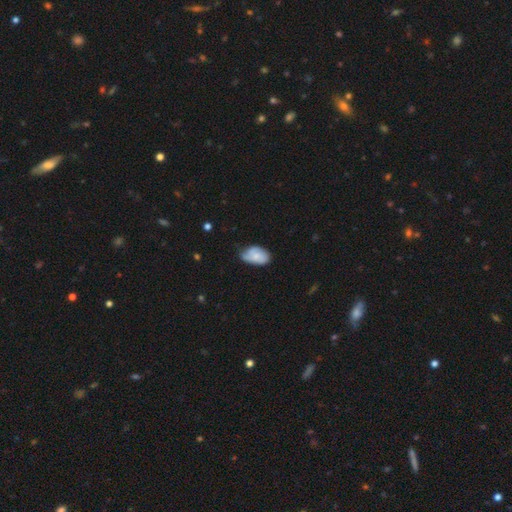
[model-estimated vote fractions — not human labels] This is likely a smooth galaxy (63%). How rounded: clearly in between (92%). Merging: possibly none (48%).